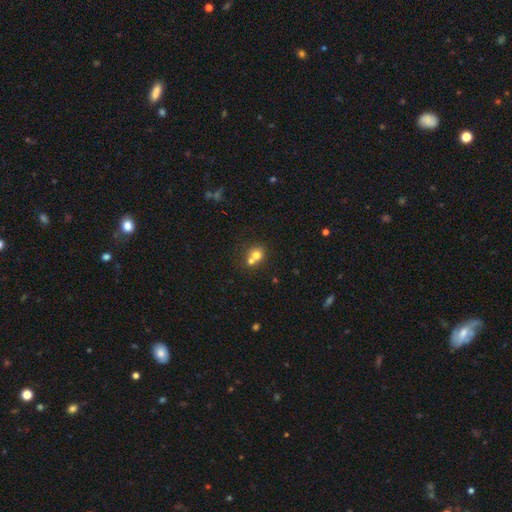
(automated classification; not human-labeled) This appears to be a smooth galaxy with no disk features (71%) that is round (80%). Merging: merger (52%).